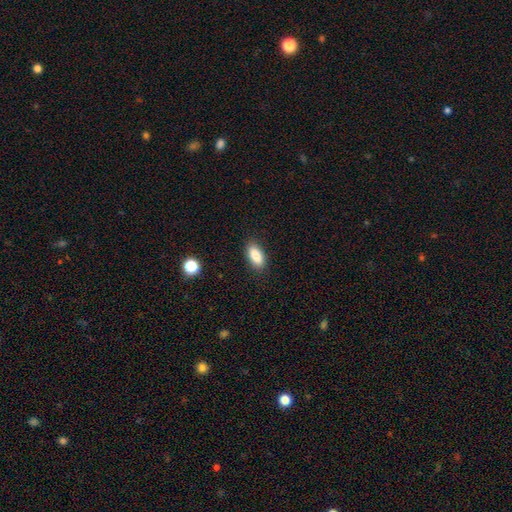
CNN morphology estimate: type=smooth (87%); roundness=in between (86%); merging=none (88%).